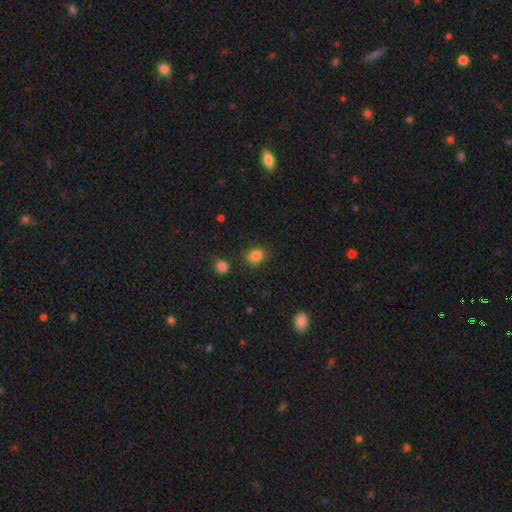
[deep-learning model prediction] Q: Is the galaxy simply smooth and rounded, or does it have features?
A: smooth — 84%.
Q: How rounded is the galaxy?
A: round — 54%.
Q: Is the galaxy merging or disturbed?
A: none — 80%.